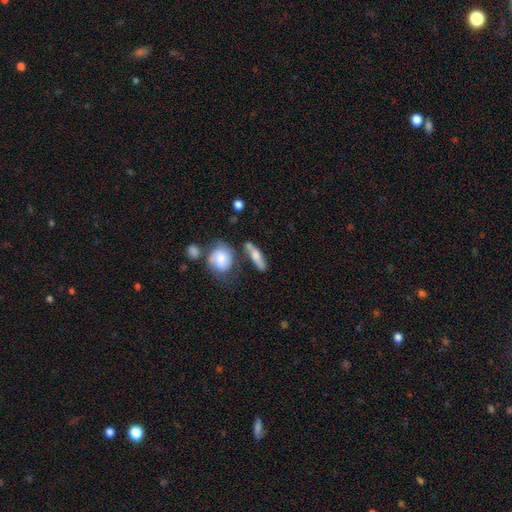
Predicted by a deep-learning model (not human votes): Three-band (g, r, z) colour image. It shows a smooth galaxy with no disk features (65%) that is cigar-shaped (60%). Merging: none (61%).